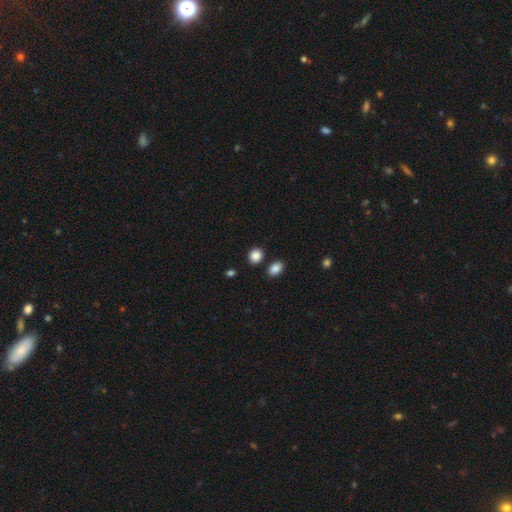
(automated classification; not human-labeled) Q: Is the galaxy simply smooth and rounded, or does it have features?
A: smooth — 87%.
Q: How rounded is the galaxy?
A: round — 68%.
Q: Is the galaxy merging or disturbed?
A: none — 82%.